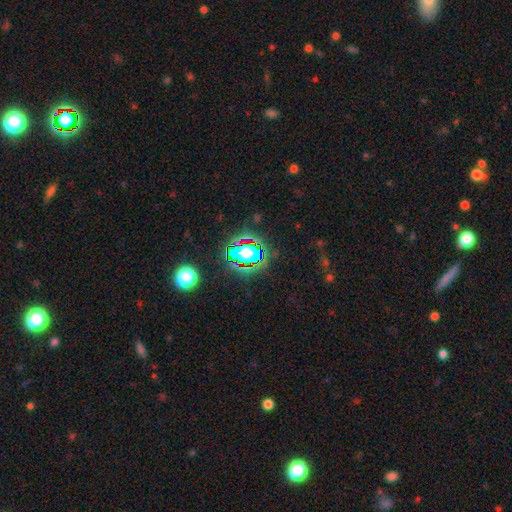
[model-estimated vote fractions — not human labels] Smooth or featured? Predicted: star or artifact (p=0.77).